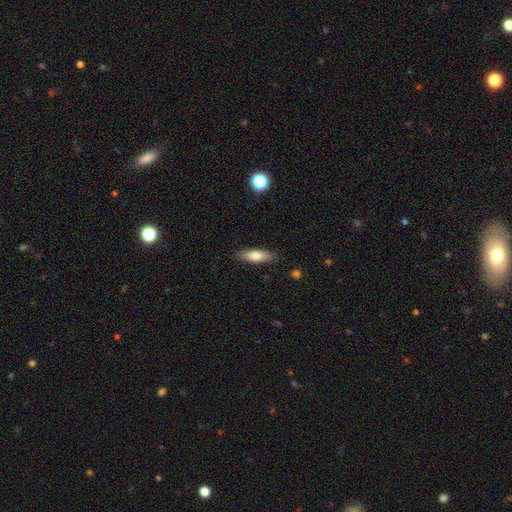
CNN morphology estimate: A smooth galaxy with no disk features (71%) that is cigar-shaped (53%). Merging: none (87%).